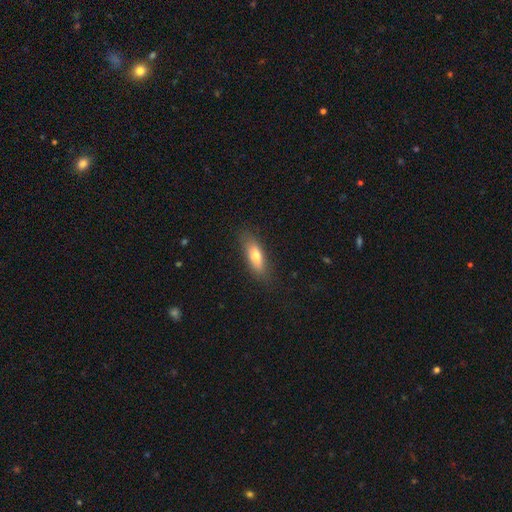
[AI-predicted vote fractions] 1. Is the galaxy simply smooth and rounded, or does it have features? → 71% smooth, 22% featured or disk, 7% star or artifact.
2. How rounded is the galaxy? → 59% in between, 38% cigar-shaped, 3% round.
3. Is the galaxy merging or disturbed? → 80% none, 15% minor disturbance, 4% major disturbance, 1% merger.